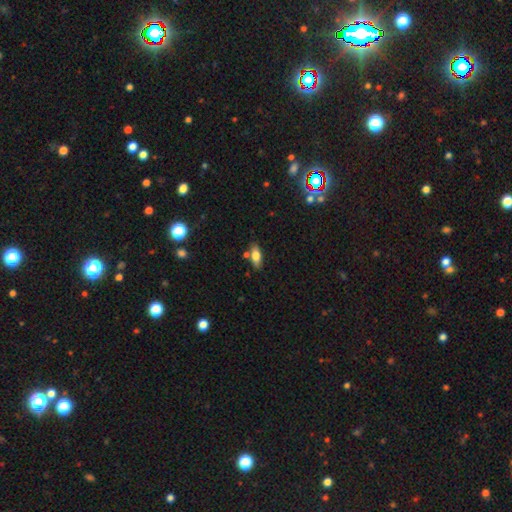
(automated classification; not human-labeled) Smooth or featured: smooth — 75% (featured or disk — 17%)
How rounded: in between — 76% (cigar-shaped — 21%)
Merging: none — 74% (minor disturbance — 14%)